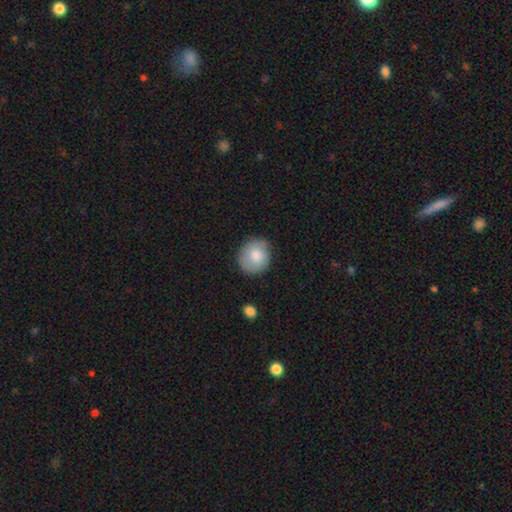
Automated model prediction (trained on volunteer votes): Q: Smooth or featured?
A: smooth (79%); runner-up: featured or disk (14%)
Q: How rounded?
A: round (76%); runner-up: in between (23%)
Q: Merging?
A: none (78%); runner-up: minor disturbance (17%)